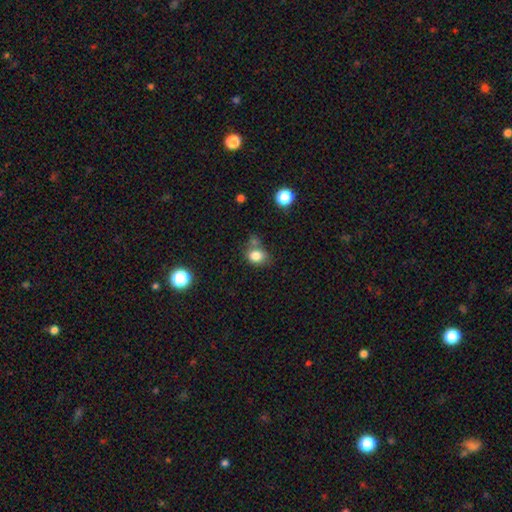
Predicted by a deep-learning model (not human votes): Smooth or featured: smooth — 82% (star or artifact — 11%)
How rounded: in between — 53% (round — 46%)
Merging: none — 51% (merger — 21%)